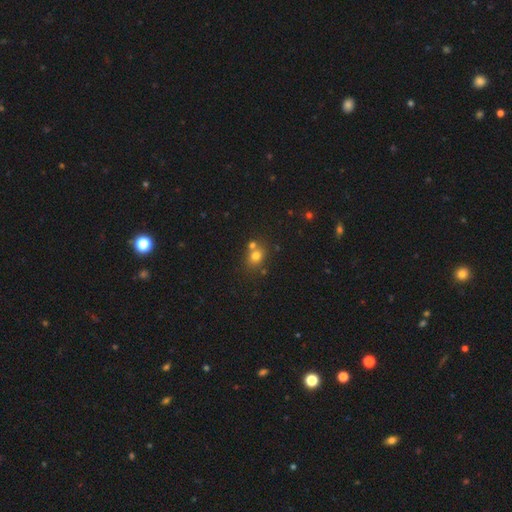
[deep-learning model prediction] Smooth or featured: smooth — 74% (star or artifact — 16%)
How rounded: round — 64% (in between — 35%)
Merging: none — 57% (merger — 29%)